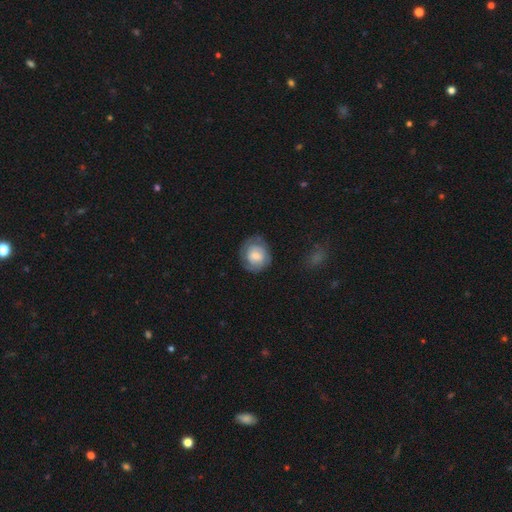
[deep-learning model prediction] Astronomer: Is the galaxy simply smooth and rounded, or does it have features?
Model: smooth — 50% (runner-up: featured or disk, 43%).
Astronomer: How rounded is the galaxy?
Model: round — 73%.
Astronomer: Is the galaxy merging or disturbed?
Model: none — 66%.